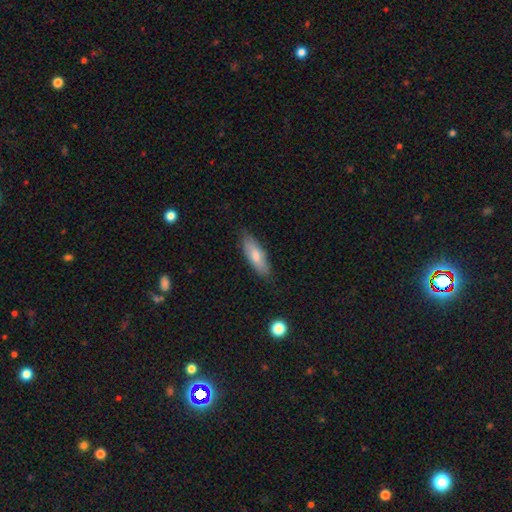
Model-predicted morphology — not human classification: This is likely a smooth galaxy (72%). How rounded: likely in between (60%). Merging: clearly none (81%).